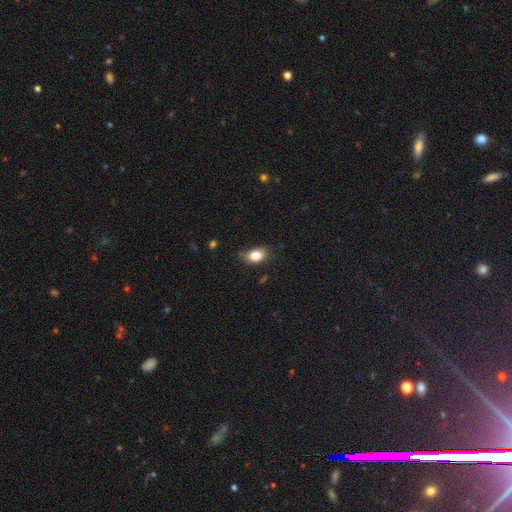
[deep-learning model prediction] A smooth galaxy with no disk features (85%) that is in between round and cigar-shaped (81%). Merging: none (65%).